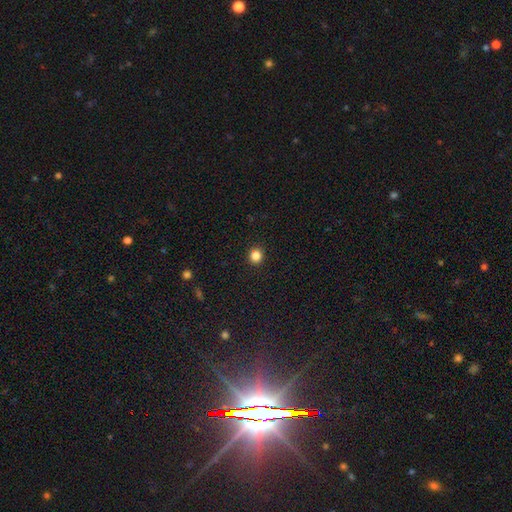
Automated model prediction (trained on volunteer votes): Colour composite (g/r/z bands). It shows a smooth galaxy with no disk features (84%) that is round (89%). Merging: none (91%).